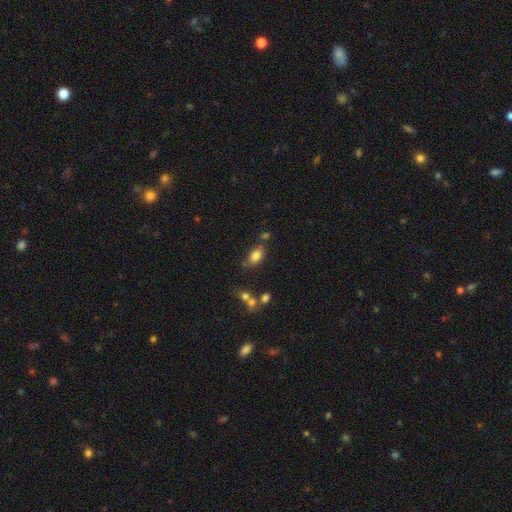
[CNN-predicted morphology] smooth_or_featured: smooth (p=0.81) [alt: star or artifact p=0.09]
how_rounded: in between (p=0.88) [alt: round p=0.09]
merging: none (p=0.61) [alt: minor disturbance p=0.20]